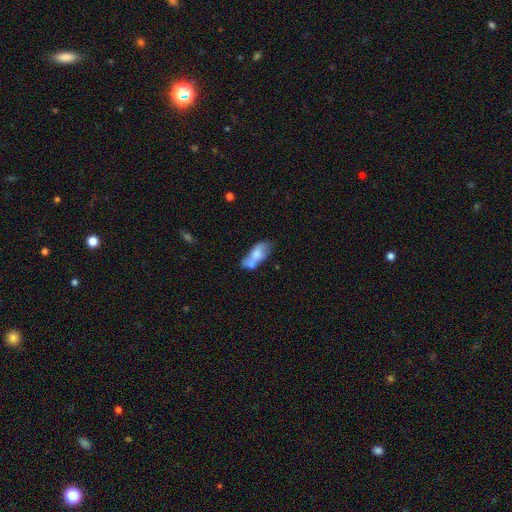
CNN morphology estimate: Overall: smooth (65%; featured or disk 28%). How rounded: in between (84%). Merging: merger (51%; none 26%).